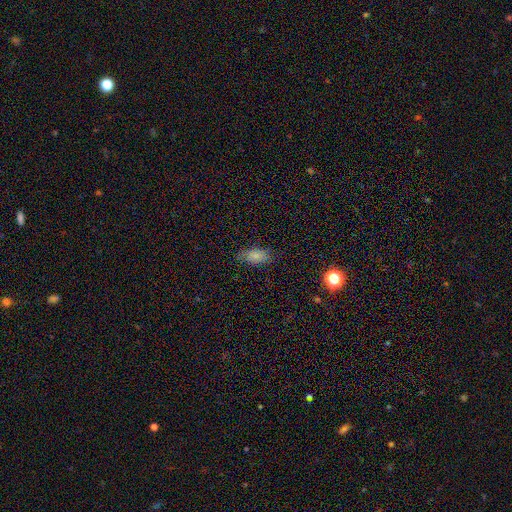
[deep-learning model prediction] Morphology: type=smooth (80%); roundness=in between (90%); merging=none (78%).